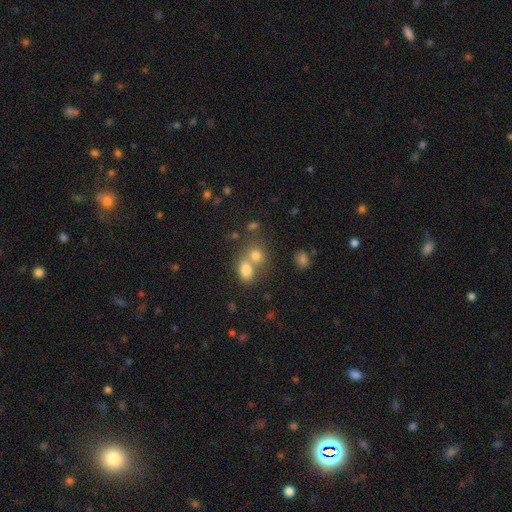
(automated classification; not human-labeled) A smooth galaxy with no disk features (76%) that is round (51%).

Vote fractions:
- Smooth or featured? smooth: 76% / star or artifact: 12% / featured or disk: 11%
- How rounded? round: 51% / in between: 48% / cigar-shaped: 1%
- Merging? merger: 55% / none: 34% / minor disturbance: 8% / major disturbance: 4%